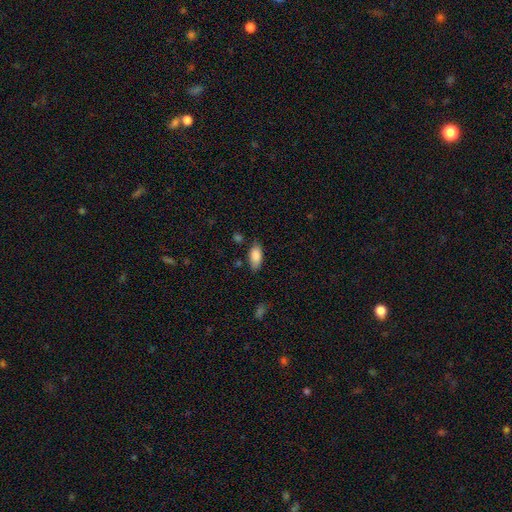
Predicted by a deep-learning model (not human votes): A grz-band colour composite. It shows a smooth galaxy with no disk features (86%) that is in between round and cigar-shaped (88%). Merging: none (77%).